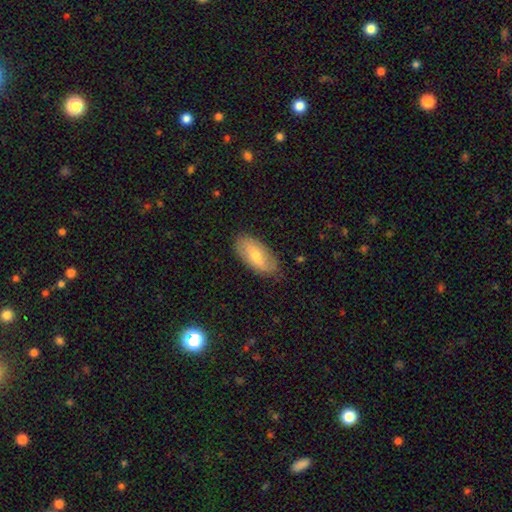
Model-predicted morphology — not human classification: Q: Smooth or featured?
A: smooth (56%); runner-up: featured or disk (38%)
Q: How rounded?
A: in between (91%); runner-up: cigar-shaped (6%)
Q: Merging?
A: none (82%); runner-up: minor disturbance (14%)